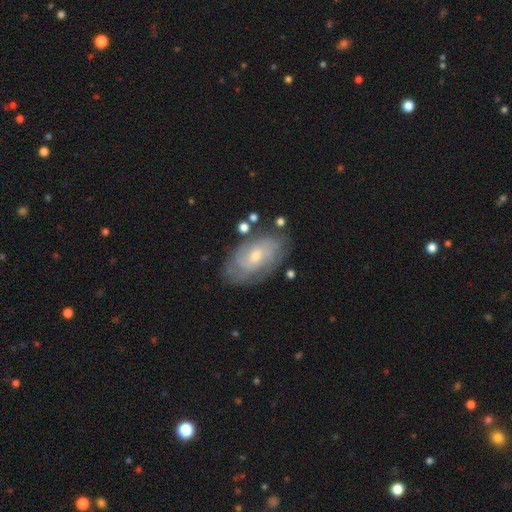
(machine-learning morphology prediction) type=featured or disk (70%); edge-on=no (94%); bar=no (68%); spiral arms=yes (84%); winding=tight (64%); arm count=can't tell (56%); bulge=small (57%); merging=none (74%).